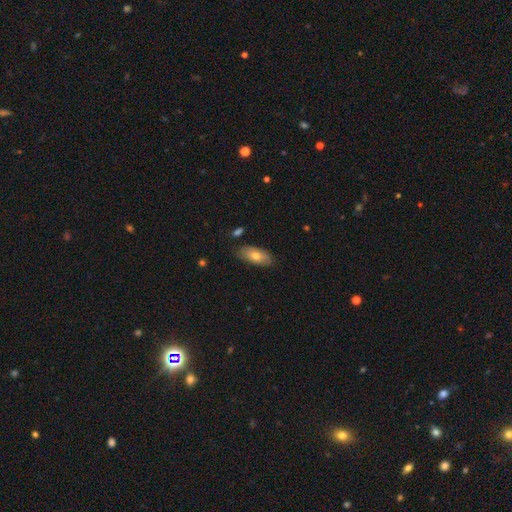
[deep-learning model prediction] Smooth or featured?
  - smooth: 66% *
  - featured or disk: 27%
  - star or artifact: 7%
How rounded?
  - in between: 88% *
  - cigar-shaped: 8%
  - round: 3%
Merging?
  - none: 78% *
  - minor disturbance: 17%
  - major disturbance: 3%
  - merger: 2%